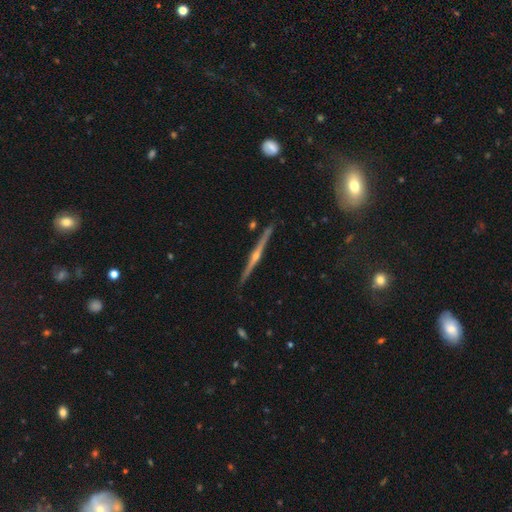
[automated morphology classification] The model was most divided on "smooth or featured": featured or disk: 87%, smooth: 8%, star or artifact: 6%. More confident: edge-on disk — yes (98%); merging — none (90%); edge-on bulge — rounded (90%).